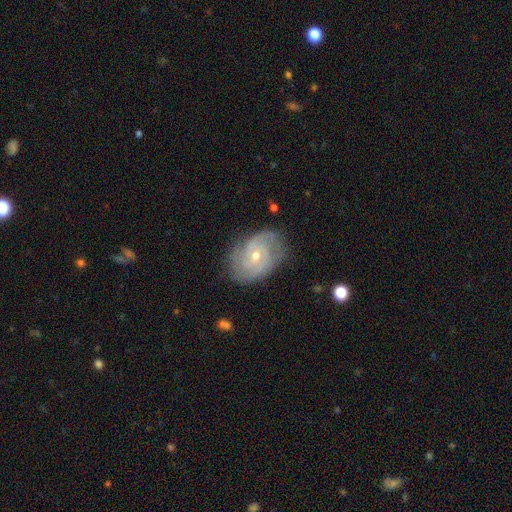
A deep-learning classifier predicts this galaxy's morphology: Smooth or featured?
  - featured or disk: 83% *
  - smooth: 11%
  - star or artifact: 6%
Edge-on disk?
  - no: 97% *
  - yes: 3%
Bar?
  - no: 64% *
  - weak: 31%
  - strong: 5%
Spiral arms?
  - yes: 95% *
  - no: 5%
Spiral winding?
  - tight: 57% *
  - medium: 34%
  - loose: 8%
Spiral arm count?
  - 2: 43% *
  - can't tell: 23%
  - 3: 20%
  - 4: 6%
  - 1: 4%
  - more than 4: 4%
Bulge size?
  - small: 57% *
  - moderate: 41%
  - large: 1%
  - none: 1%
  - dominant: 1%
Merging?
  - none: 76% *
  - minor disturbance: 18%
  - major disturbance: 5%
  - merger: 1%